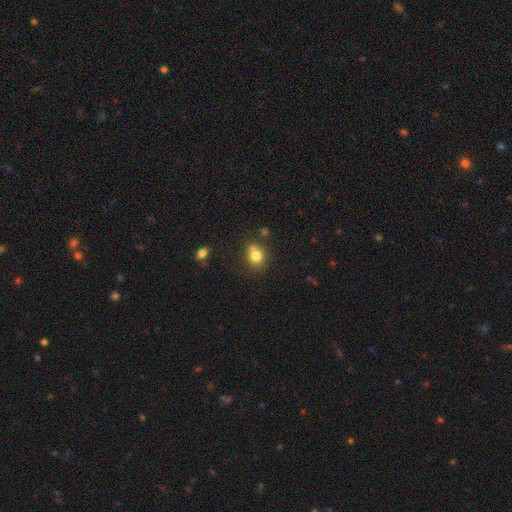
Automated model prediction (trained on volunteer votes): The model was most divided on "merging": none: 61%, merger: 18%, minor disturbance: 16%, major disturbance: 5%. More confident: smooth or featured — smooth (78%); how rounded — round (75%).